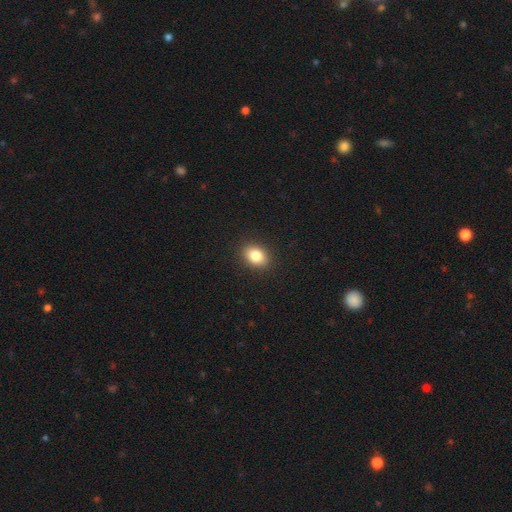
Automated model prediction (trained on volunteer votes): This is clearly a smooth galaxy (84%). How rounded: likely in between (67%). Merging: clearly none (91%).